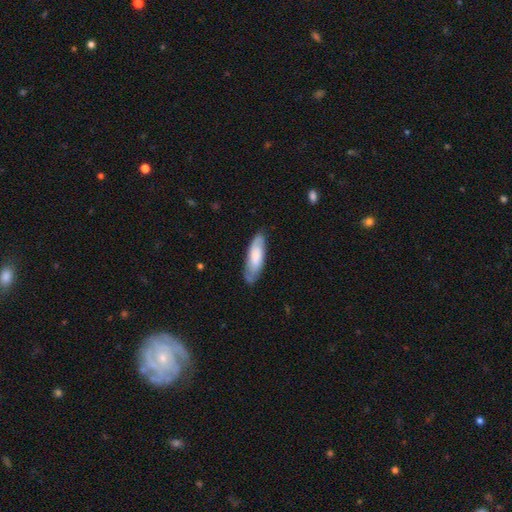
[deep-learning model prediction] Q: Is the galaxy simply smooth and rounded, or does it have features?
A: smooth — 68%.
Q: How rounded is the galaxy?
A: in between — 57%.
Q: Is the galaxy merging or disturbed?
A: none — 76%.